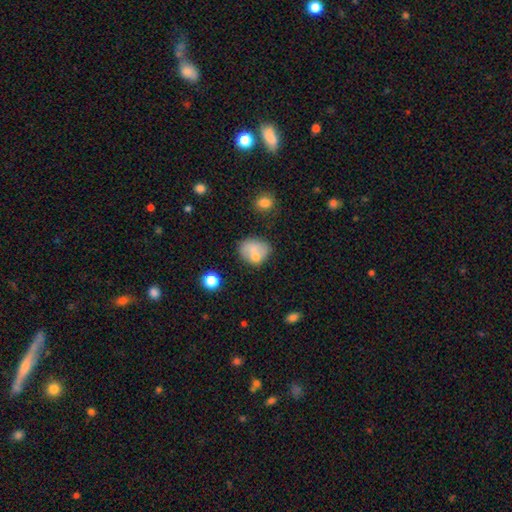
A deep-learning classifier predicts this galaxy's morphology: Smooth or featured: smooth — 67% (featured or disk — 21%)
How rounded: round — 50% (in between — 49%)
Merging: none — 47% (merger — 30%)